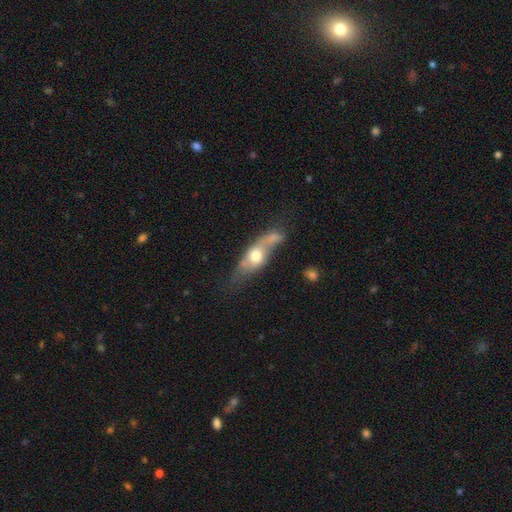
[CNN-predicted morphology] Smooth or featured? smooth (52%)
How rounded? in between (62%)
Merging? none (35%)